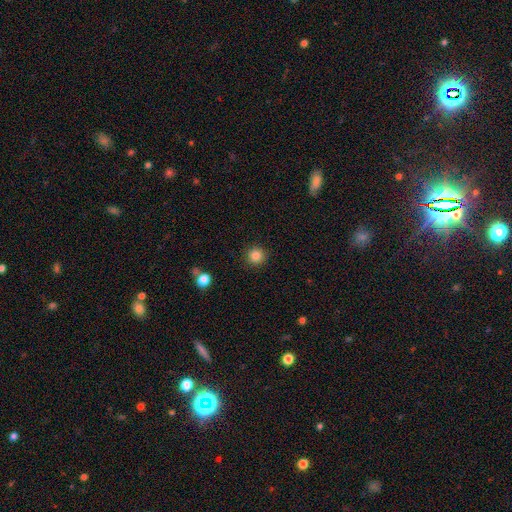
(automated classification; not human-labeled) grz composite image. It shows a smooth galaxy with no disk features (84%) that is round (94%). Merging: none (91%).